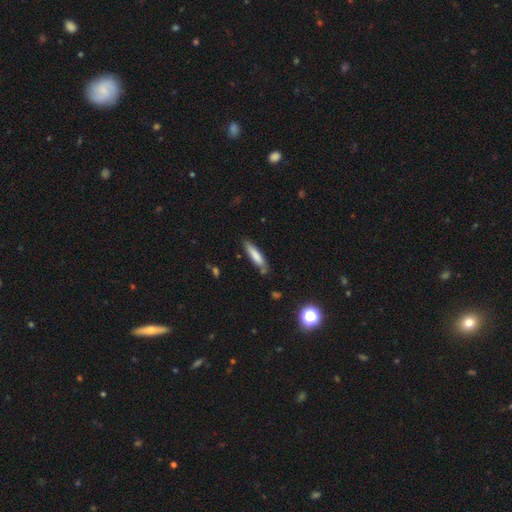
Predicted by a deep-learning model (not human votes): This appears to be a smooth galaxy with no disk features (76%) that is cigar-shaped (81%). Merging: none (76%).